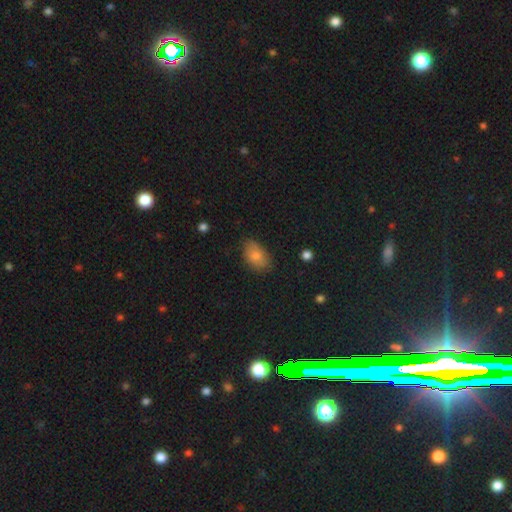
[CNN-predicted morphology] Overall: smooth (81%). How rounded: in between (89%). Merging: none (73%).